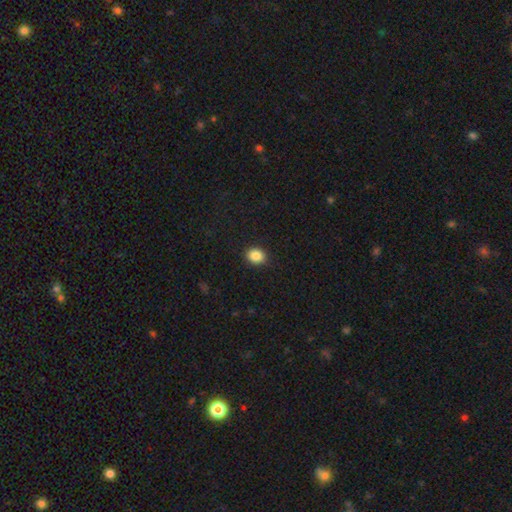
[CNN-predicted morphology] The model was most divided on "how rounded": round: 62%, in between: 37%, cigar-shaped: 1%. More confident: merging — none (89%); smooth or featured — smooth (87%).